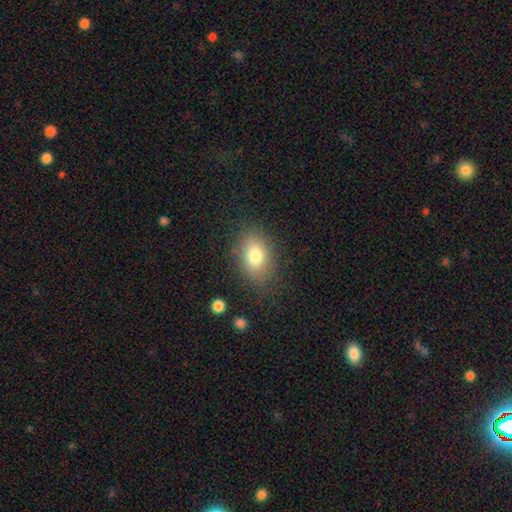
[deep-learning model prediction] smooth_or_featured: smooth (p=0.78) [alt: featured or disk p=0.13]
how_rounded: in between (p=0.81) [alt: round p=0.18]
merging: none (p=0.79) [alt: minor disturbance p=0.14]